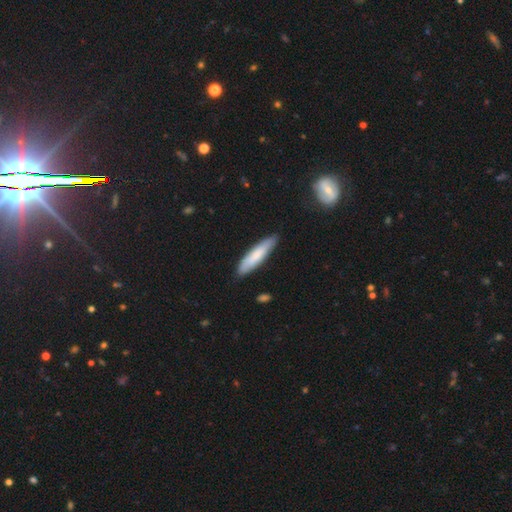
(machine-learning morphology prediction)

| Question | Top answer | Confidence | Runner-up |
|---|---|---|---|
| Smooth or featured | smooth | 72% | featured or disk (23%) |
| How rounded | cigar-shaped | 77% | in between (21%) |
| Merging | none | 84% | minor disturbance (13%) |